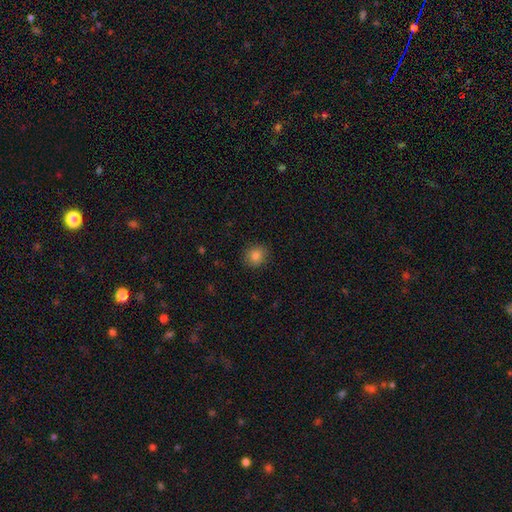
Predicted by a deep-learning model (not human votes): This appears to be a smooth galaxy with no disk features (82%) that is round (80%). Merging: none (89%).